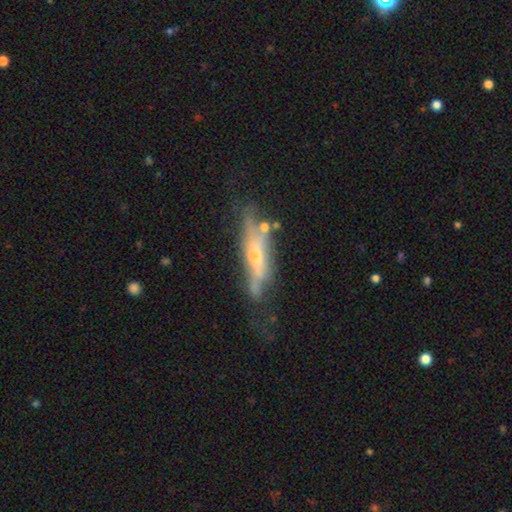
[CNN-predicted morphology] A featured or disk galaxy (68%) viewed edge-on (61%).

Vote fractions:
- Smooth or featured? featured or disk: 68% / smooth: 24% / star or artifact: 8%
- Edge-on disk? yes: 61% / no: 39%
- Merging? none: 46% / minor disturbance: 26% / major disturbance: 17% / merger: 10%